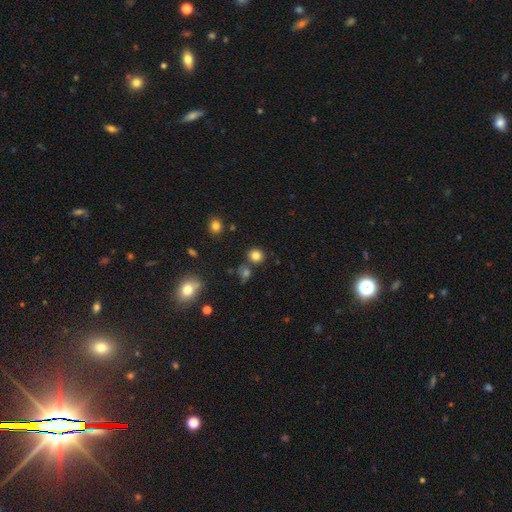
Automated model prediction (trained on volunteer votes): Morphology: type=smooth (81%); roundness=round (86%); merging=none (79%).